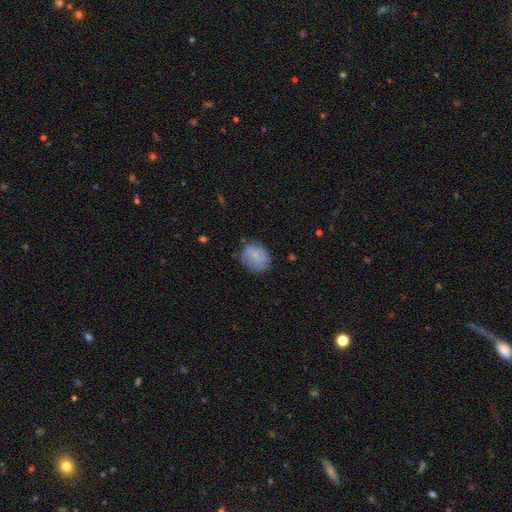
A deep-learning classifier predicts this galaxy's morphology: This appears to be a smooth galaxy with no disk features (63%) that is round (59%). Merging: none (67%).